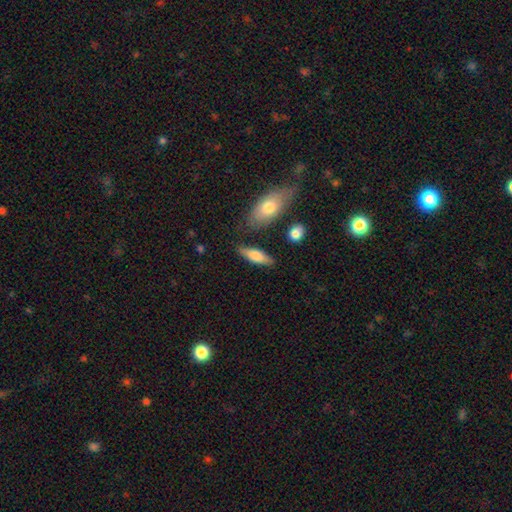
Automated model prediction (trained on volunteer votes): Q: Smooth or featured?
A: smooth (69%); runner-up: featured or disk (25%)
Q: How rounded?
A: in between (51%); runner-up: cigar-shaped (46%)
Q: Merging?
A: none (77%); runner-up: minor disturbance (14%)